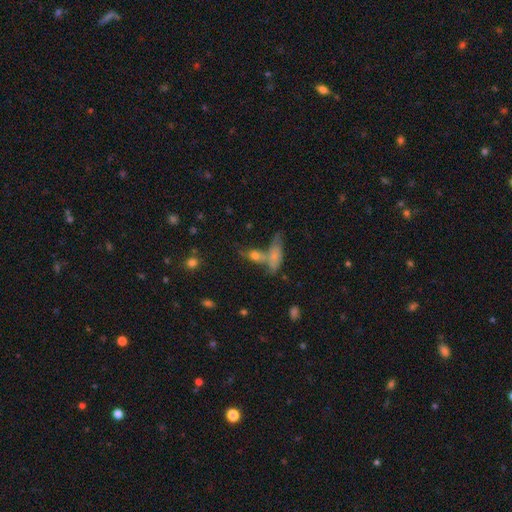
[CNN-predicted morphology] Smooth or featured? smooth (44%)
Merging? none (45%)